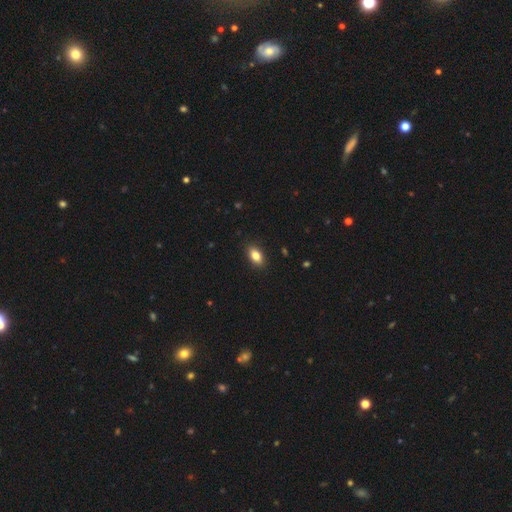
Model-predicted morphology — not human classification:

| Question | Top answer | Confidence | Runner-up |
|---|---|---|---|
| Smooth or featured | smooth | 84% | star or artifact (8%) |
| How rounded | in between | 90% | round (7%) |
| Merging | none | 89% | minor disturbance (8%) |